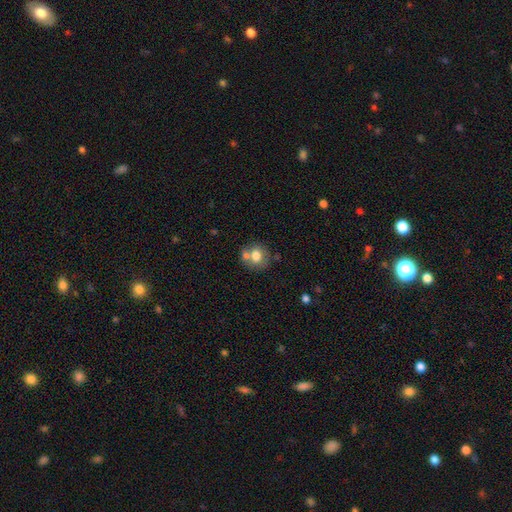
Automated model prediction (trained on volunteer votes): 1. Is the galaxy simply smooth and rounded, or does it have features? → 74% smooth, 17% featured or disk, 9% star or artifact.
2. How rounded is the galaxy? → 75% round, 24% in between, 1% cigar-shaped.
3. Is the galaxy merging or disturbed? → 53% none, 31% merger, 12% minor disturbance, 4% major disturbance.